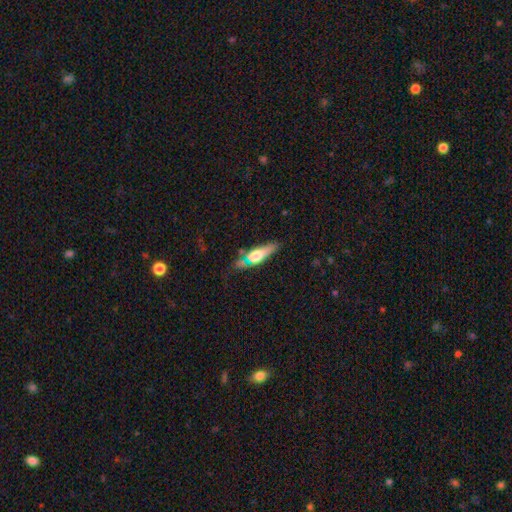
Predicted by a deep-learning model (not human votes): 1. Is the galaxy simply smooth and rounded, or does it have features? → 57% smooth, 35% featured or disk, 8% star or artifact.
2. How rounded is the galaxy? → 52% cigar-shaped, 44% in between, 4% round.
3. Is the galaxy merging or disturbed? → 41% none, 27% minor disturbance, 16% merger, 16% major disturbance.